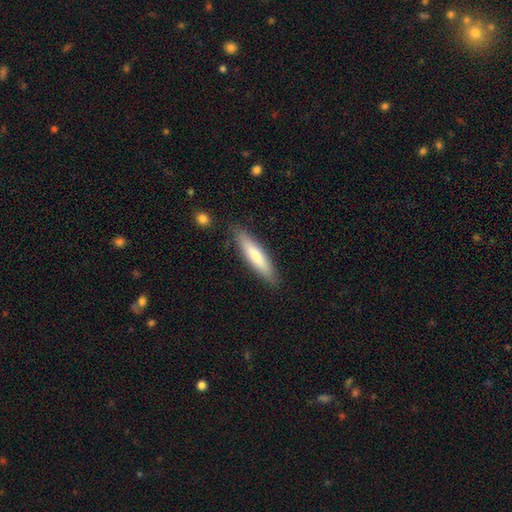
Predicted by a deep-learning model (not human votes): A smooth galaxy with no disk features (73%) that is cigar-shaped (81%).

Vote fractions:
- Smooth or featured? smooth: 73% / featured or disk: 22% / star or artifact: 5%
- How rounded? cigar-shaped: 81% / in between: 17% / round: 1%
- Merging? none: 86% / minor disturbance: 11% / major disturbance: 2% / merger: 2%